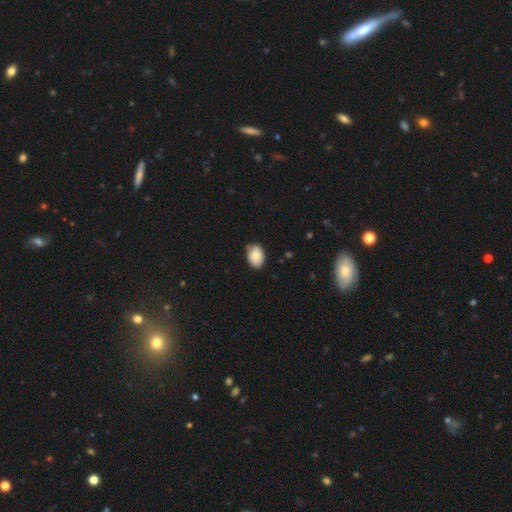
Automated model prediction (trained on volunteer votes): This is clearly a smooth galaxy (85%). How rounded: clearly in between (83%). Merging: likely none (78%).